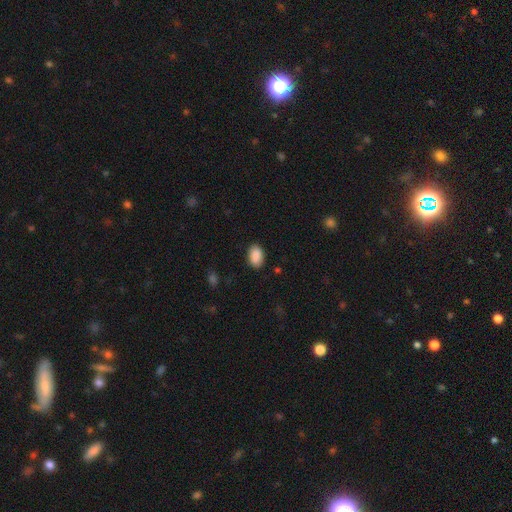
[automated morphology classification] Smooth or featured? Predicted: smooth (p=0.90). How rounded? Predicted: in between (p=0.90). Merging? Predicted: none (p=0.88).